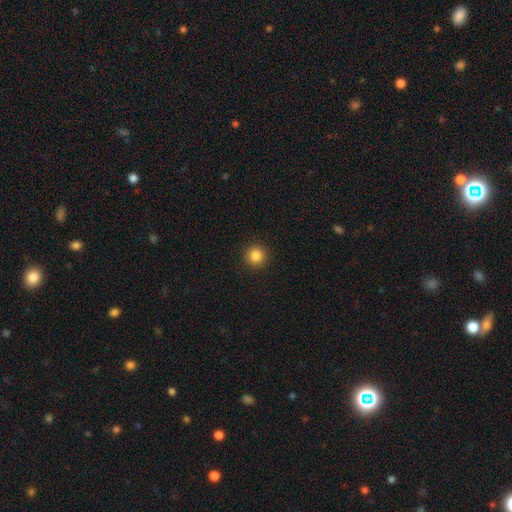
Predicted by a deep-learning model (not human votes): Morphology: type=smooth (85%); roundness=round (95%); merging=none (93%).